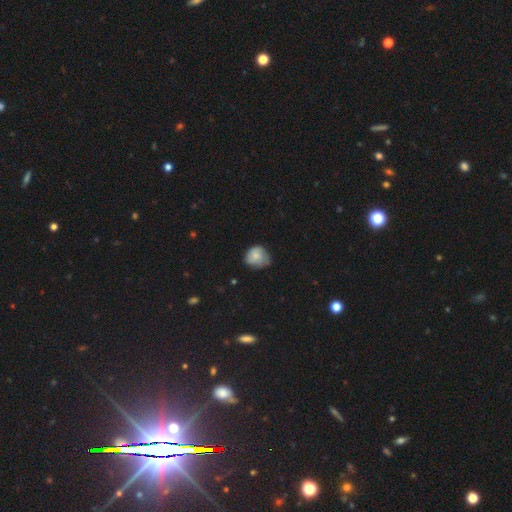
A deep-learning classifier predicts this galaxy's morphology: smooth_or_featured: smooth (p=0.73) [alt: featured or disk p=0.18]
how_rounded: round (p=0.70) [alt: in between p=0.29]
merging: none (p=0.50) [alt: minor disturbance p=0.39]